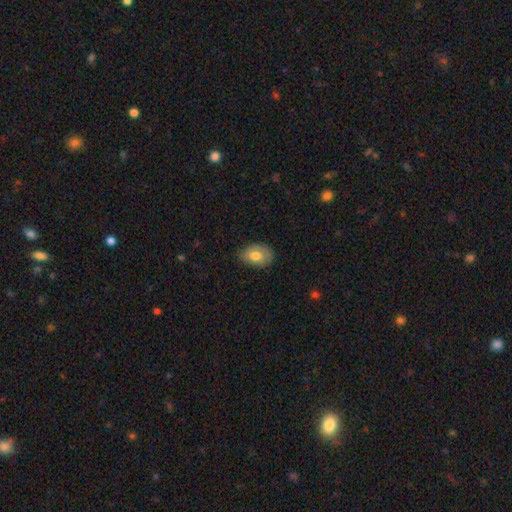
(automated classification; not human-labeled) Smooth or featured? smooth (73%)
How rounded? in between (84%)
Merging? none (74%)